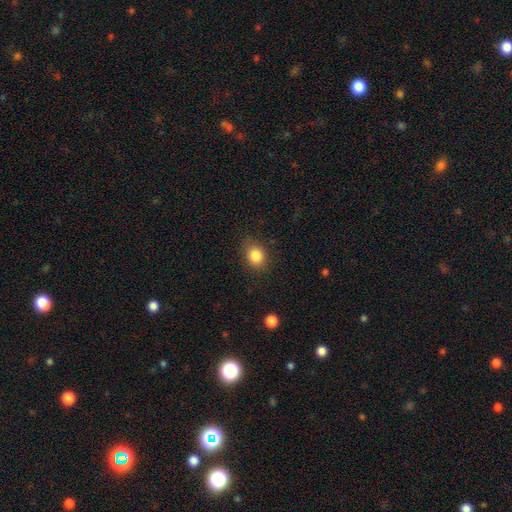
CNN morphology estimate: smooth 84%, star or artifact 10%, featured or disk 6%. Down the decision tree: how rounded — round (58%); merging — none (83%).